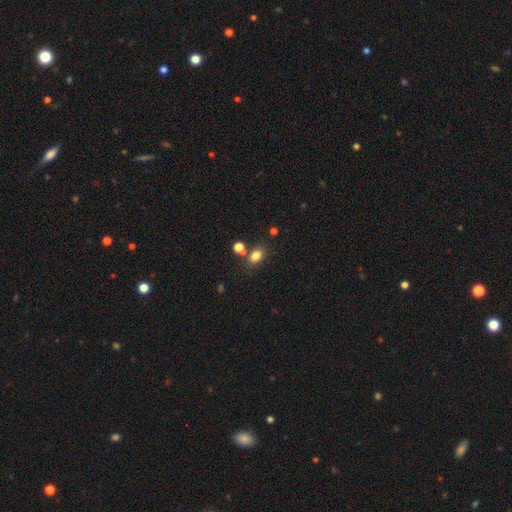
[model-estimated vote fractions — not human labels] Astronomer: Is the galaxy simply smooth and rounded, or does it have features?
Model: smooth — 79%.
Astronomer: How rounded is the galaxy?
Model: in between — 73%.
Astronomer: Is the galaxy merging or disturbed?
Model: none — 64%.